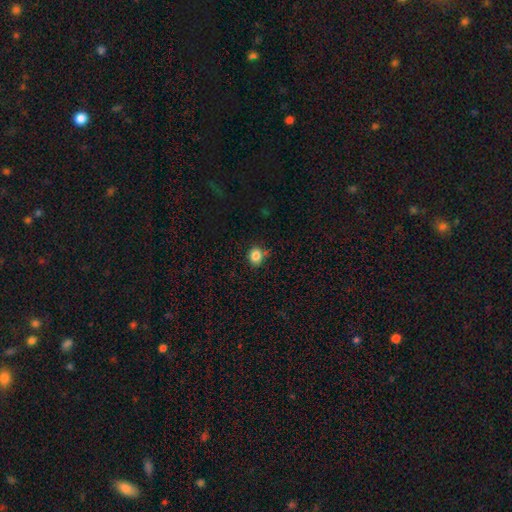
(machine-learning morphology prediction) A smooth galaxy with no disk features (83%) that is round (68%). Merging: none (76%).